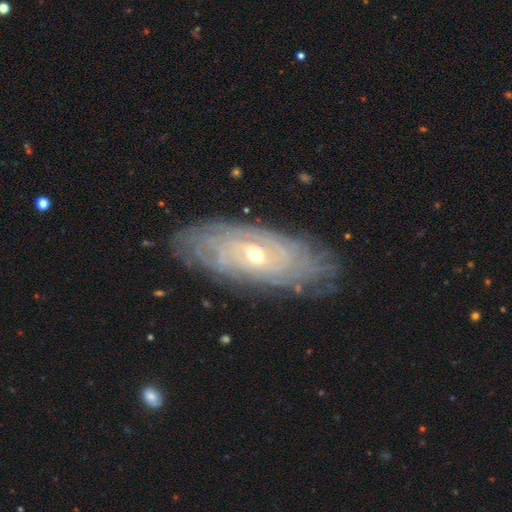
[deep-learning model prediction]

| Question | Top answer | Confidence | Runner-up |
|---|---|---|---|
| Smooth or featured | featured or disk | 84% | smooth (10%) |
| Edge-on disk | no | 89% | yes (11%) |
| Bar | no | 57% | weak (32%) |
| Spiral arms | yes | 93% | no (7%) |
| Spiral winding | tight | 84% | medium (13%) |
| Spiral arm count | can't tell | 49% | more than 4 (18%) |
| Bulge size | small | 50% | moderate (46%) |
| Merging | none | 80% | minor disturbance (14%) |